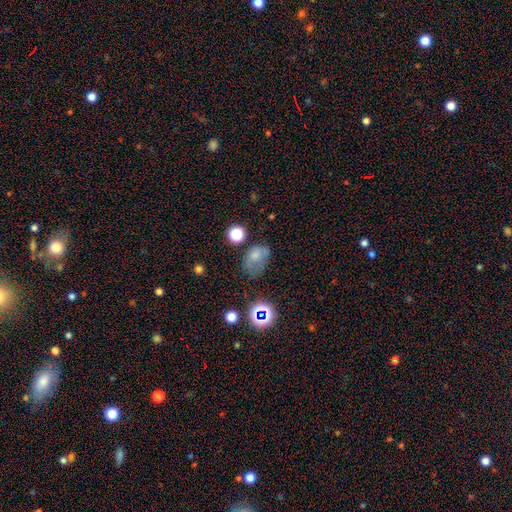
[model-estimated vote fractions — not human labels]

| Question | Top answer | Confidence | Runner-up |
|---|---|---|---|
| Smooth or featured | smooth | 66% | star or artifact (18%) |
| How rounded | in between | 75% | round (24%) |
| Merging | none | 37% | minor disturbance (33%) |